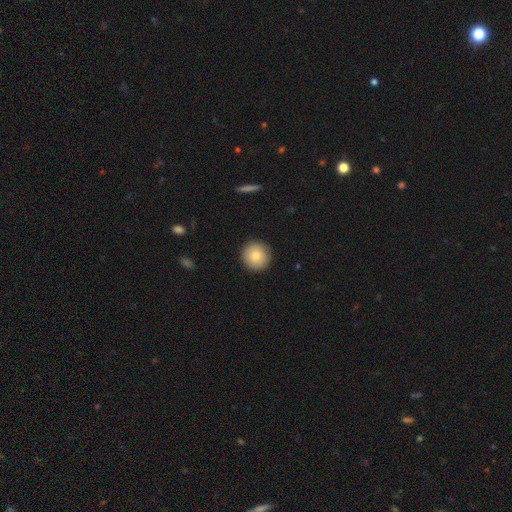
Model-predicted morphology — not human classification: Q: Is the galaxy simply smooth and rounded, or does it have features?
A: smooth — 83%.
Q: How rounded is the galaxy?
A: round — 95%.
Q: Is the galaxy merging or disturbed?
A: none — 91%.